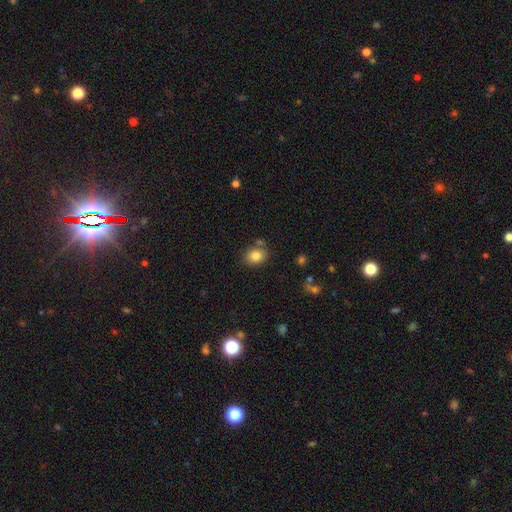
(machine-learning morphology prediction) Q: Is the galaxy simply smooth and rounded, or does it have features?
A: smooth — 82%.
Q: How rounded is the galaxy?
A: round — 54%.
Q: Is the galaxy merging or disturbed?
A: none — 76%.